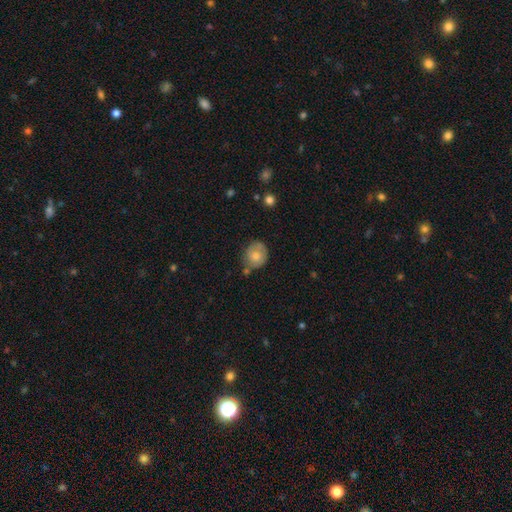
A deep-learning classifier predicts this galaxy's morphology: This is likely a smooth galaxy (71%). How rounded: likely round (70%). Merging: possibly none (57%).